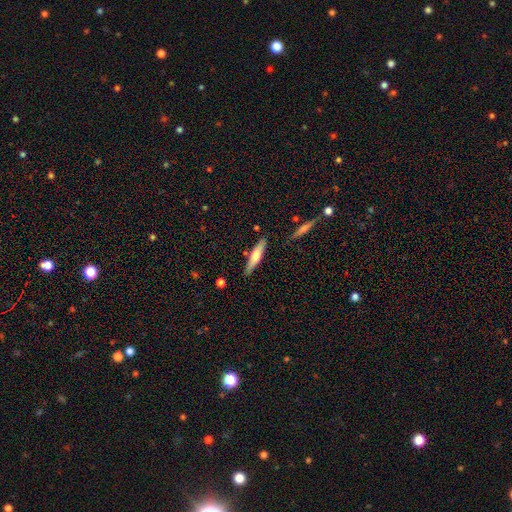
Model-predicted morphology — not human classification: smooth_or_featured: smooth (p=0.52) [alt: featured or disk p=0.43]
how_rounded: cigar-shaped (p=0.80) [alt: in between p=0.18]
merging: none (p=0.83) [alt: minor disturbance p=0.11]